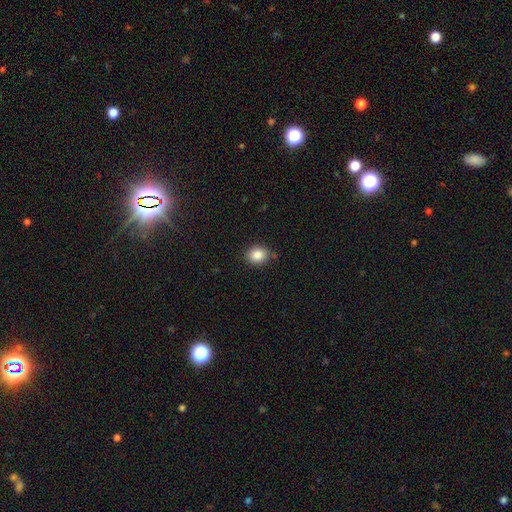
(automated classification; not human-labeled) The model was most divided on "how rounded": round: 58%, in between: 41%, cigar-shaped: 1%. More confident: smooth or featured — smooth (86%); merging — none (84%).